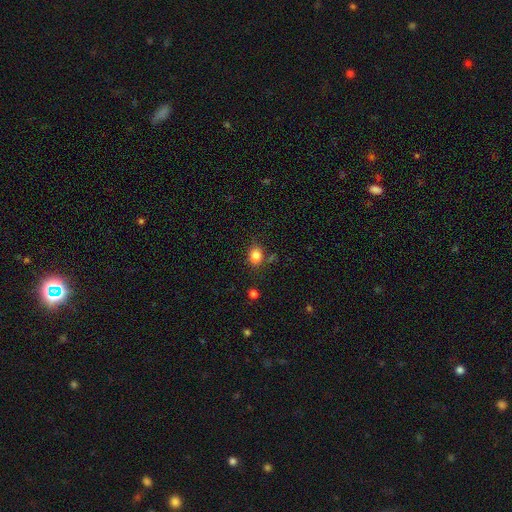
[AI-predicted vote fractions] This appears to be a smooth galaxy with no disk features (83%) that is in between round and cigar-shaped (57%). Merging: none (74%).